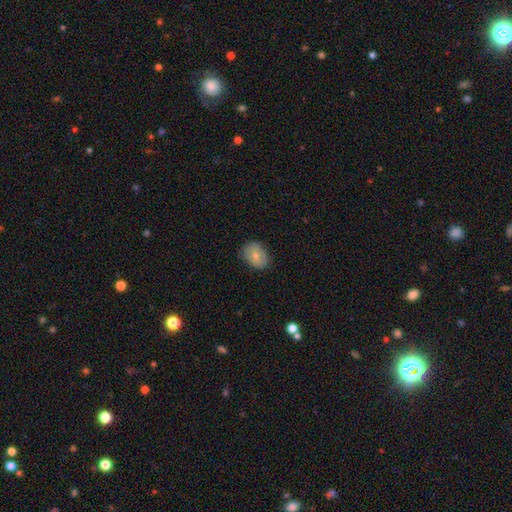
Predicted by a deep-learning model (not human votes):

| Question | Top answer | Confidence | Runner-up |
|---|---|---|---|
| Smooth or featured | smooth | 71% | featured or disk (21%) |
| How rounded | in between | 66% | round (33%) |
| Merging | none | 79% | minor disturbance (16%) |